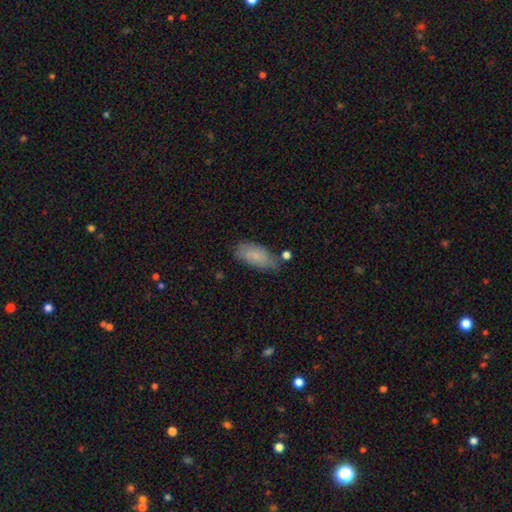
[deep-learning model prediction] Morphology: type=smooth (76%); roundness=in between (87%); merging=none (64%).